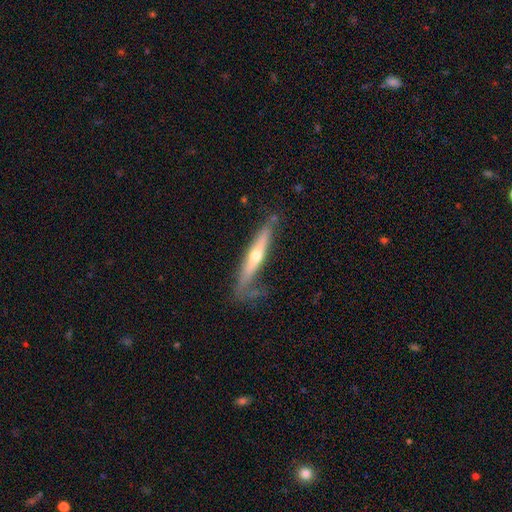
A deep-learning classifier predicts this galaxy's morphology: A featured or disk galaxy (61%) viewed edge-on (89%) with a rounded central bulge (87%).

Vote fractions:
- Smooth or featured? featured or disk: 61% / smooth: 33% / star or artifact: 6%
- Edge-on disk? yes: 89% / no: 11%
- Edge-on bulge? rounded: 87% / none: 11% / boxy: 3%
- Merging? none: 64% / minor disturbance: 23% / major disturbance: 9% / merger: 4%